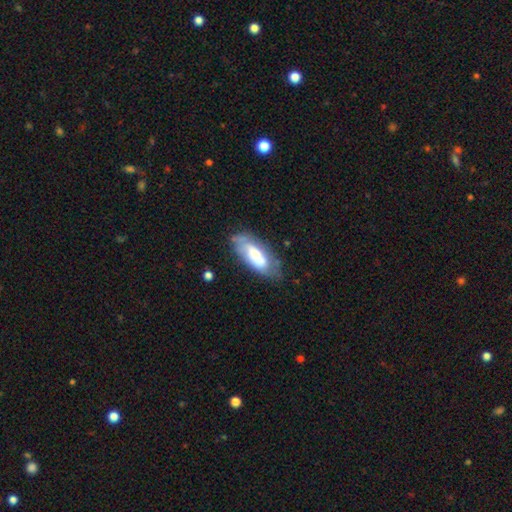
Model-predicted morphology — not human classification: Smooth or featured? Predicted: featured or disk (p=0.48). Merging? Predicted: none (p=0.59).